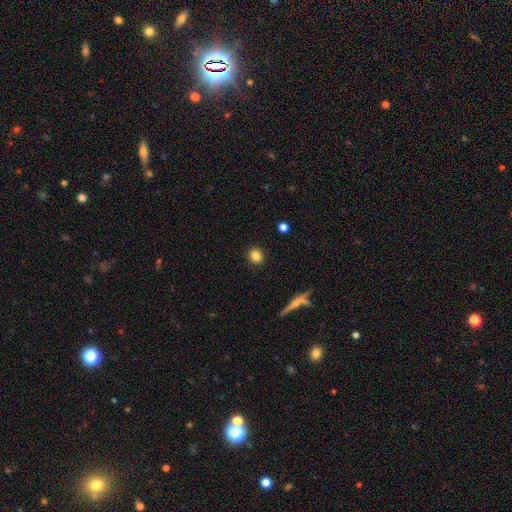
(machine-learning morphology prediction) The model was most divided on "how rounded": round: 77%, in between: 21%, cigar-shaped: 2%. More confident: merging — none (91%); smooth or featured — smooth (84%).